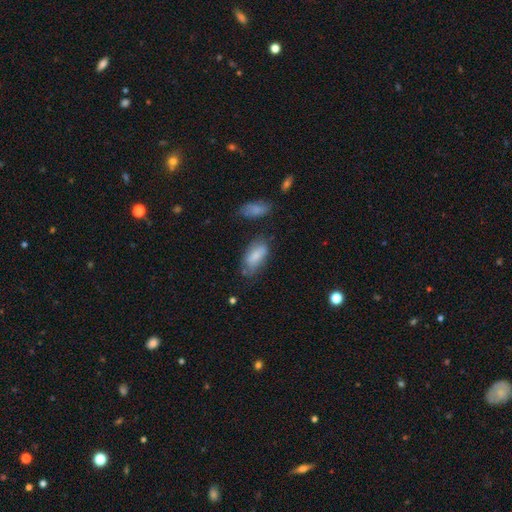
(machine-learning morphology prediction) This appears to be a smooth galaxy with no disk features (78%) that is in between round and cigar-shaped (88%). Merging: none (54%).